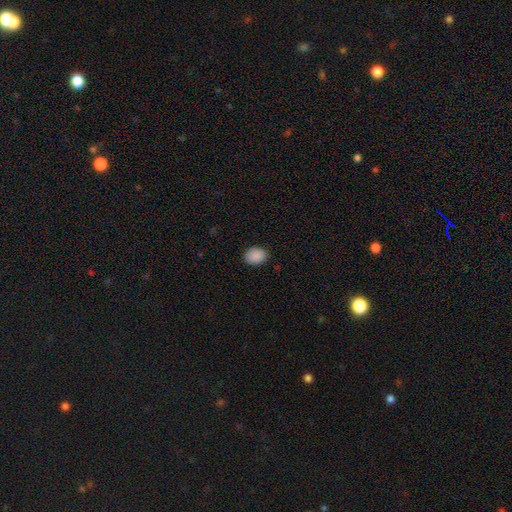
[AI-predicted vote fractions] smooth_or_featured: smooth (p=0.90) [alt: star or artifact p=0.08]
how_rounded: in between (p=0.63) [alt: round p=0.36]
merging: none (p=0.88) [alt: minor disturbance p=0.09]